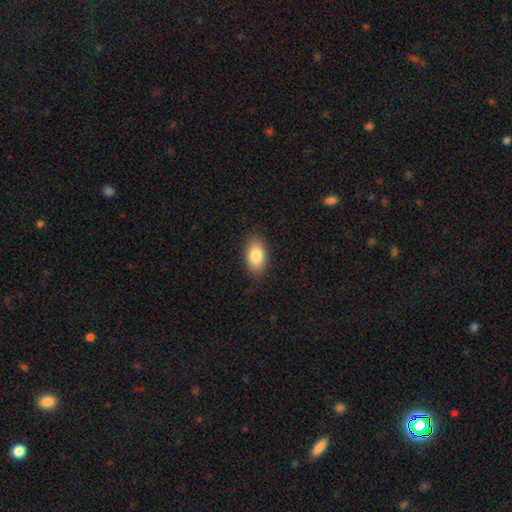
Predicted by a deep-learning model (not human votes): smooth_or_featured: smooth (p=0.84) [alt: featured or disk p=0.09]
how_rounded: in between (p=0.92) [alt: round p=0.06]
merging: none (p=0.87) [alt: minor disturbance p=0.10]